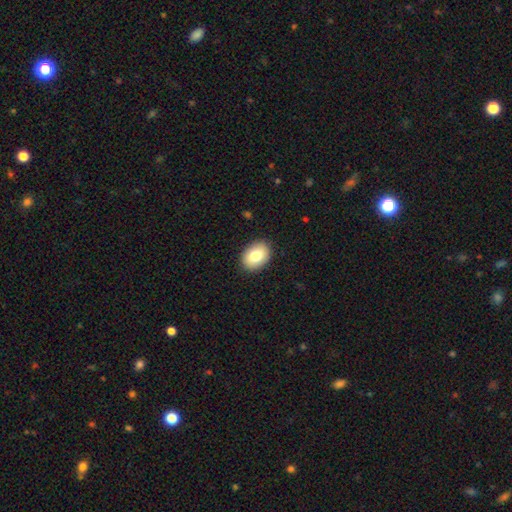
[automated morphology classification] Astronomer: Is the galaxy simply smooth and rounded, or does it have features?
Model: smooth — 80%.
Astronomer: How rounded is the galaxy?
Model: in between — 76%.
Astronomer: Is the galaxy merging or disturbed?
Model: none — 90%.